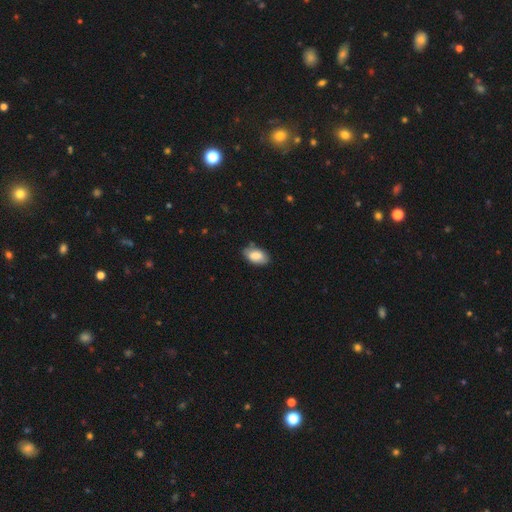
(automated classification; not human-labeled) This is clearly a smooth galaxy (82%). How rounded: clearly in between (93%). Merging: likely none (77%).